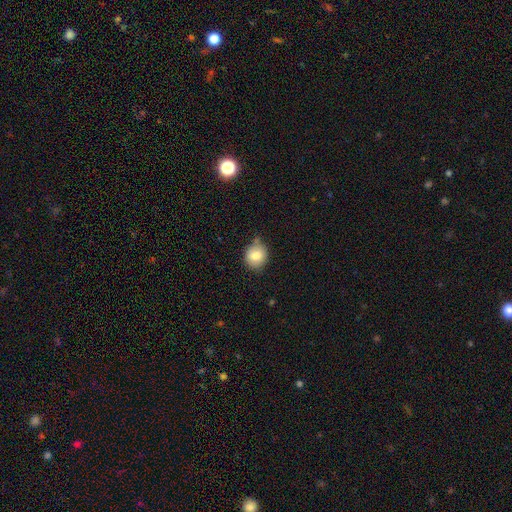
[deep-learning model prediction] A smooth galaxy with no disk features (80%) that is round (76%).

Vote fractions:
- Smooth or featured? smooth: 80% / featured or disk: 10% / star or artifact: 9%
- How rounded? round: 76% / in between: 23% / cigar-shaped: 1%
- Merging? none: 70% / minor disturbance: 21% / merger: 5% / major disturbance: 4%